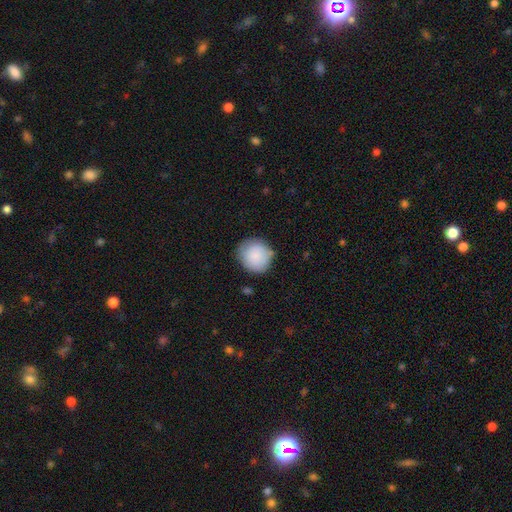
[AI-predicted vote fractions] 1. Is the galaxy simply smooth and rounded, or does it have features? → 86% smooth, 8% featured or disk, 7% star or artifact.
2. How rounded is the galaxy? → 90% round, 9% in between, 1% cigar-shaped.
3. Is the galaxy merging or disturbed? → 76% none, 18% minor disturbance, 4% major disturbance, 3% merger.